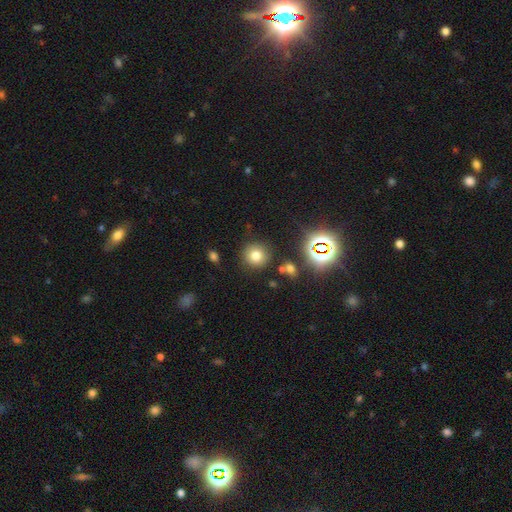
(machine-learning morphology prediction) smooth_or_featured: smooth (p=0.74) [alt: star or artifact p=0.18]
how_rounded: round (p=0.92) [alt: in between p=0.07]
merging: none (p=0.85) [alt: minor disturbance p=0.08]